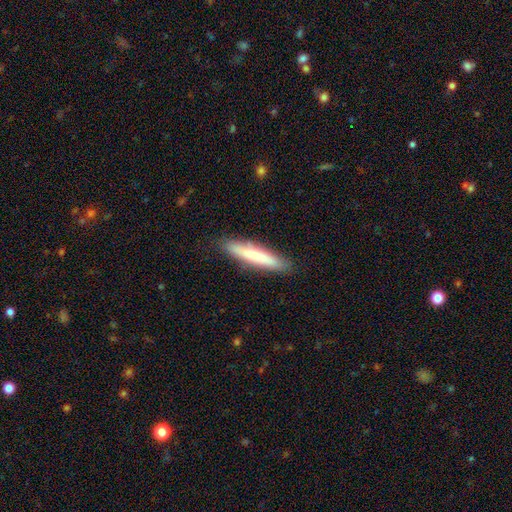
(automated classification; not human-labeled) Morphology: type=smooth (74%); roundness=cigar-shaped (90%); merging=none (87%).